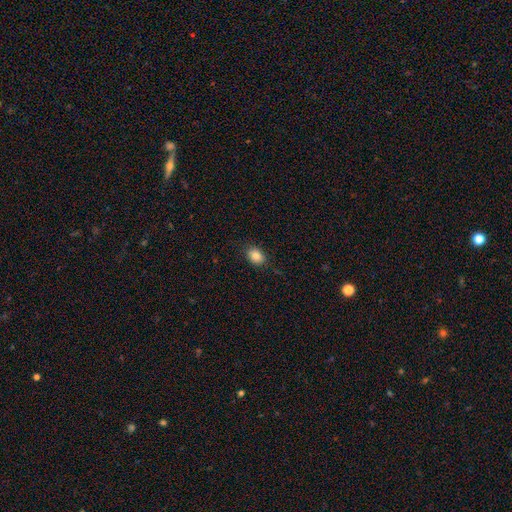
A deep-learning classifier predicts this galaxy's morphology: Smooth or featured? Predicted: smooth (p=0.86). How rounded? Predicted: in between (p=0.70). Merging? Predicted: none (p=0.84).